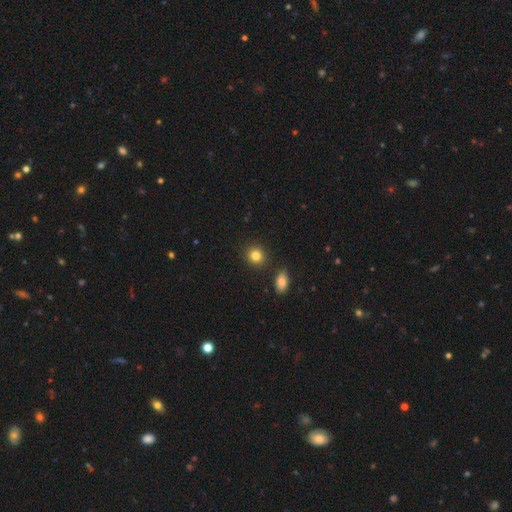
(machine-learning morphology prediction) Smooth or featured? smooth (84%)
How rounded? round (81%)
Merging? none (86%)